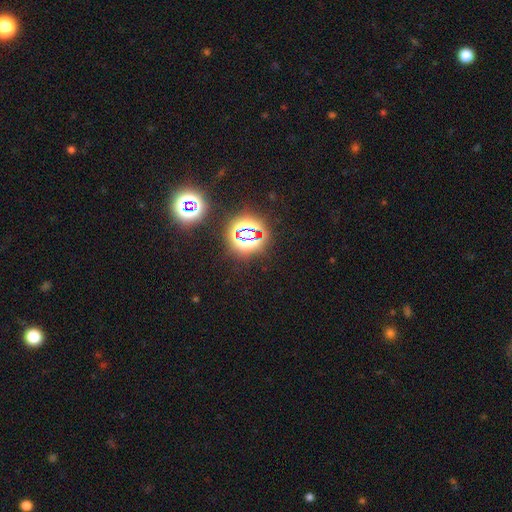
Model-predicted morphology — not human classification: Q: Smooth or featured?
A: star or artifact (79%); runner-up: smooth (15%)